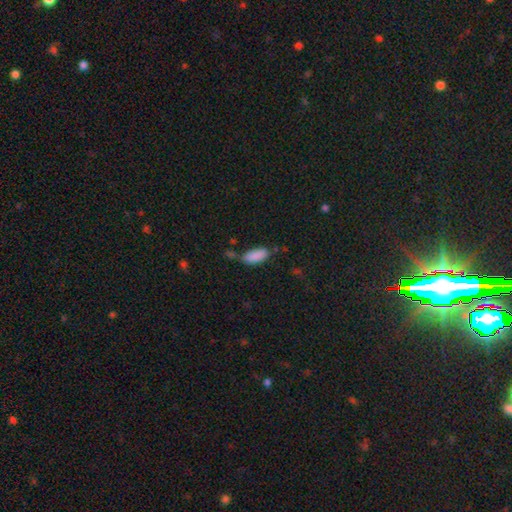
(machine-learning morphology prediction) smooth-or-featured: smooth: 88% | star or artifact: 7% | featured or disk: 4%
  how-rounded: in between: 85% | cigar-shaped: 13% | round: 2%
  merging: none: 62% | minor disturbance: 22% | merger: 10% | major disturbance: 6%